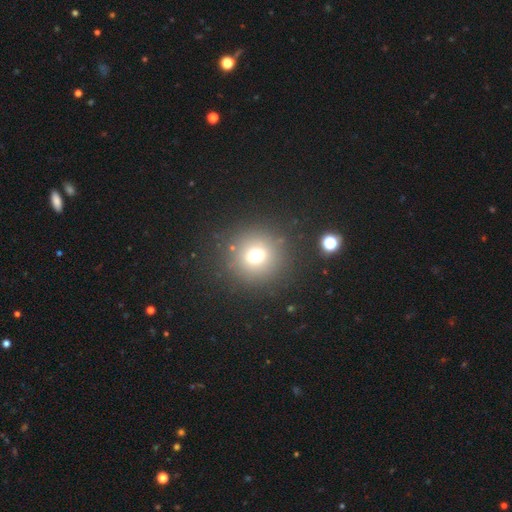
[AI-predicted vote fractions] A smooth galaxy with no disk features (69%) that is round (90%). Merging: none (84%).